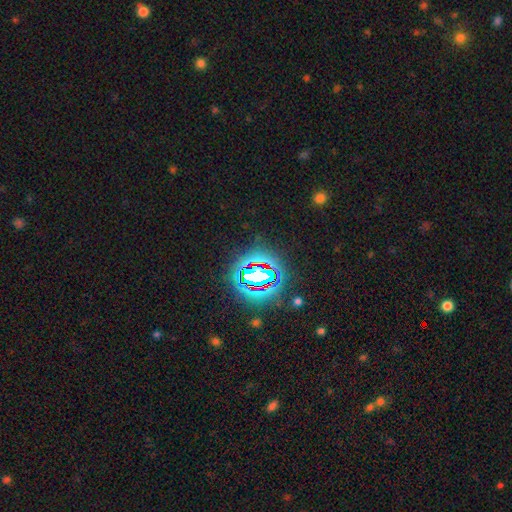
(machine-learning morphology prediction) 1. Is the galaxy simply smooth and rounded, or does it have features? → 80% star or artifact, 12% smooth, 8% featured or disk.